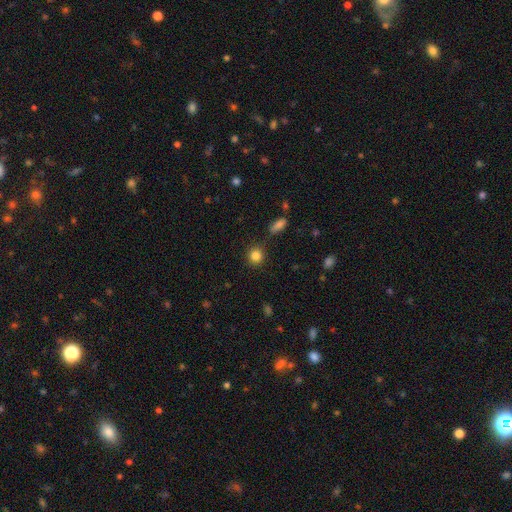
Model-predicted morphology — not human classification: This is clearly a smooth galaxy (84%). How rounded: clearly round (89%). Merging: clearly none (86%).